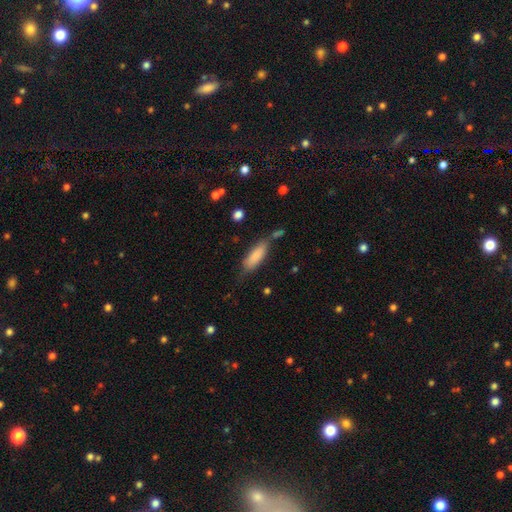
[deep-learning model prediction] A smooth galaxy with no disk features (83%) that is in between round and cigar-shaped (57%).

Vote fractions:
- Smooth or featured? smooth: 83% / featured or disk: 10% / star or artifact: 6%
- How rounded? in between: 57% / cigar-shaped: 41% / round: 2%
- Merging? none: 61% / minor disturbance: 24% / merger: 8% / major disturbance: 7%